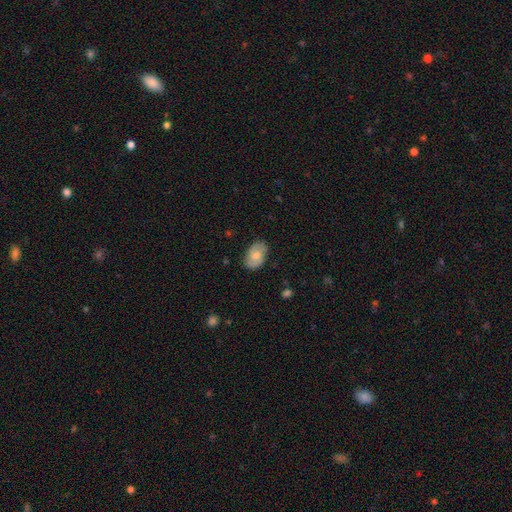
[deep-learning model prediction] The model was most divided on "smooth or featured": smooth: 54%, featured or disk: 39%, star or artifact: 7%. More confident: how rounded — in between (87%); merging — none (79%).